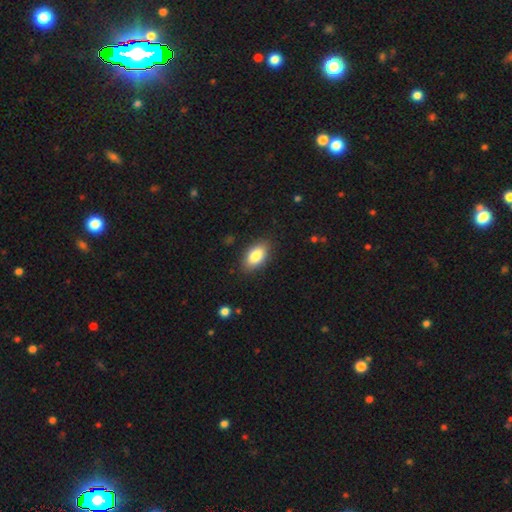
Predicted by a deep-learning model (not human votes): Q: Smooth or featured?
A: smooth (83%); runner-up: featured or disk (10%)
Q: How rounded?
A: in between (91%); runner-up: round (5%)
Q: Merging?
A: none (87%); runner-up: minor disturbance (10%)